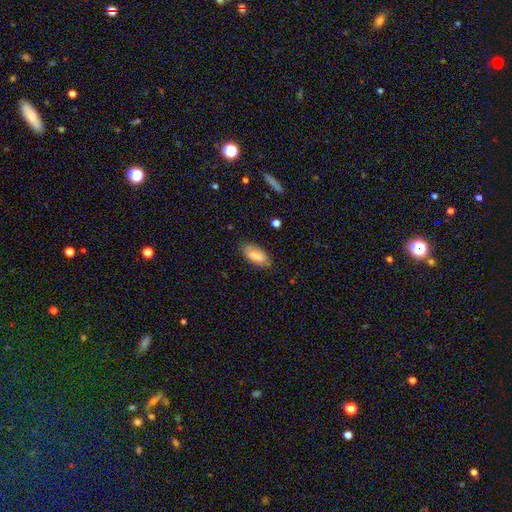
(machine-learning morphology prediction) Q: Smooth or featured?
A: smooth (79%); runner-up: featured or disk (14%)
Q: How rounded?
A: in between (88%); runner-up: cigar-shaped (9%)
Q: Merging?
A: none (79%); runner-up: minor disturbance (16%)